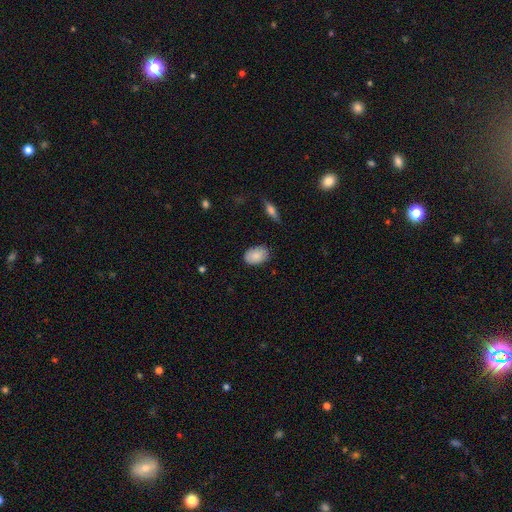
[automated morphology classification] This appears to be a smooth galaxy with no disk features (86%) that is in between round and cigar-shaped (87%). Merging: none (81%).